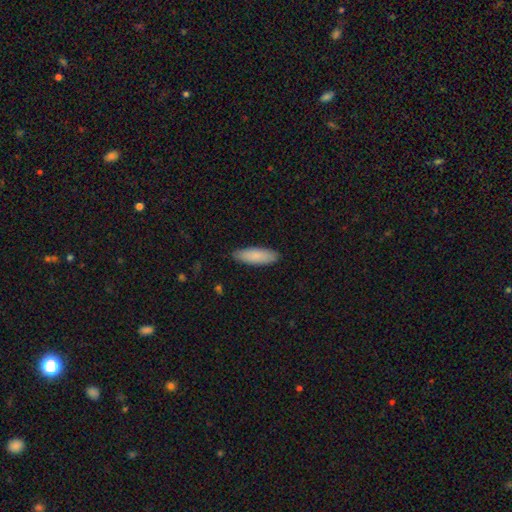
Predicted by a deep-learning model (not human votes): Overall: smooth (87%). How rounded: in between (57%; cigar-shaped 42%). Merging: none (89%).